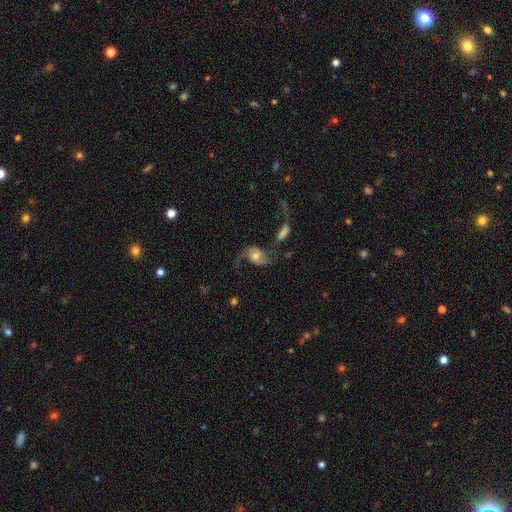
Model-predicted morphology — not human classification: Smooth or featured? featured or disk (70%)
Edge-on disk? no (97%)
Bar? no (62%)
Spiral arms? yes (89%)
Spiral winding? loose (79%)
Spiral arm count? 2 (78%)
Bulge size? moderate (54%)
Merging? none (33%)